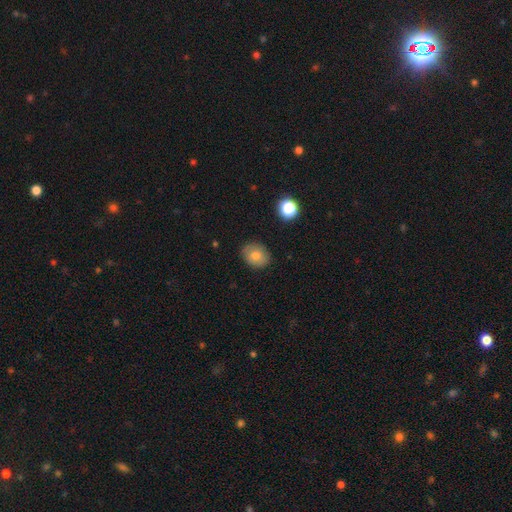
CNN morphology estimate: Smooth or featured? smooth (75%)
How rounded? round (58%)
Merging? none (84%)